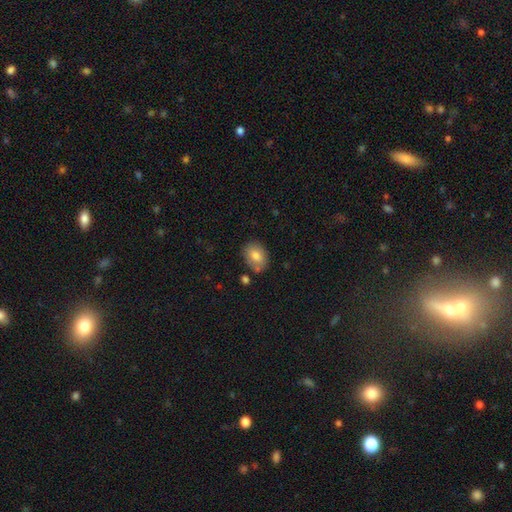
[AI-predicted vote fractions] smooth_or_featured: smooth (p=0.78) [alt: featured or disk p=0.15]
how_rounded: in between (p=0.74) [alt: round p=0.25]
merging: none (p=0.74) [alt: minor disturbance p=0.16]